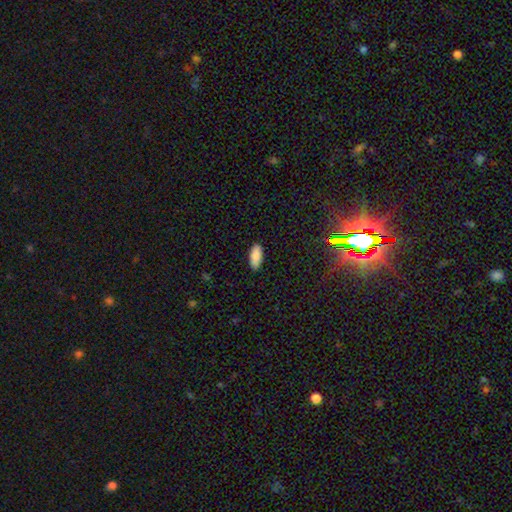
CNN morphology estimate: Smooth or featured? smooth (88%)
How rounded? in between (86%)
Merging? none (89%)